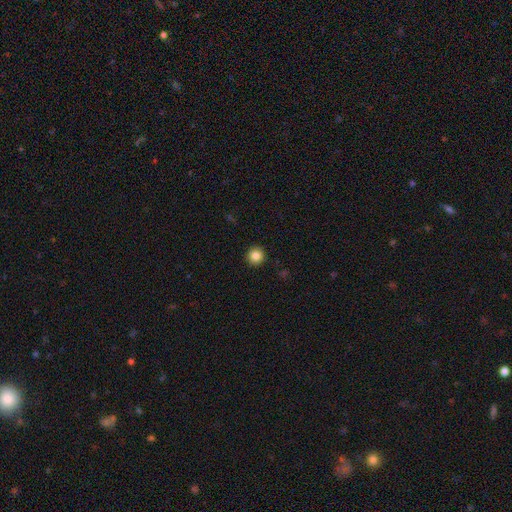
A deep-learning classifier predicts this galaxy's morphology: The model was most divided on "smooth or featured": smooth: 85%, star or artifact: 10%, featured or disk: 5%. More confident: how rounded — round (95%); merging — none (92%).